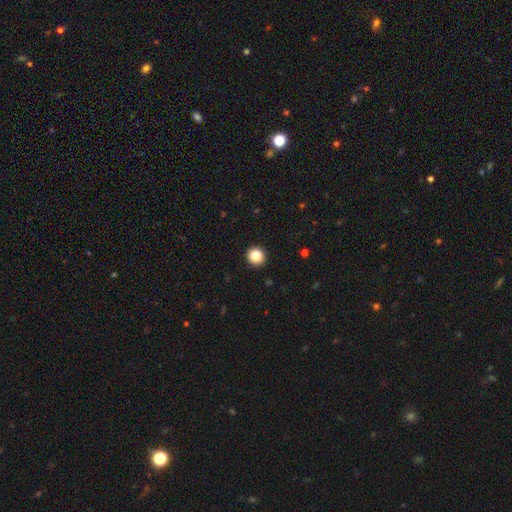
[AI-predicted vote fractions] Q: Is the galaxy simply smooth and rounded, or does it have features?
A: smooth — 86%.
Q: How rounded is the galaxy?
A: round — 93%.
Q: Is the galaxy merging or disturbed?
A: none — 93%.